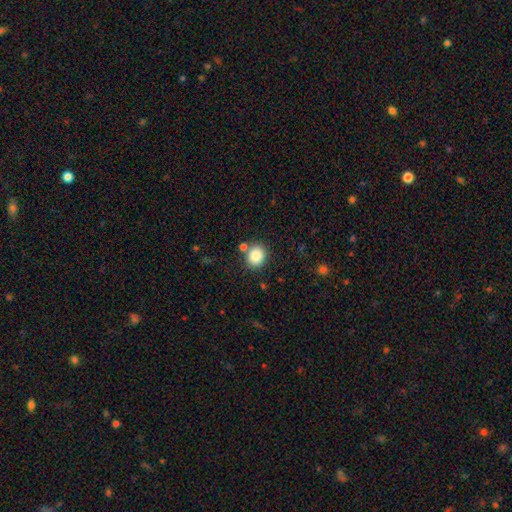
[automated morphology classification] Smooth or featured? smooth (85%)
How rounded? round (71%)
Merging? none (79%)